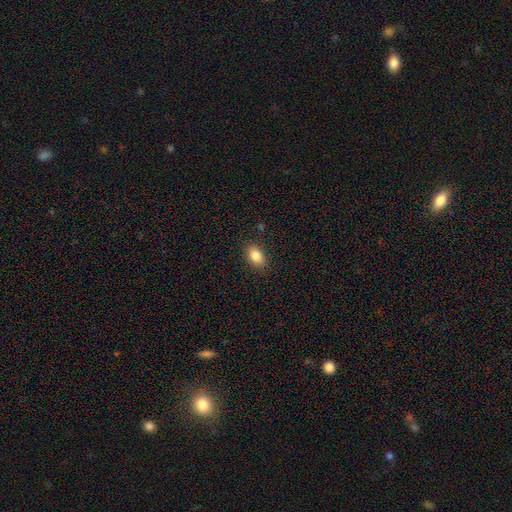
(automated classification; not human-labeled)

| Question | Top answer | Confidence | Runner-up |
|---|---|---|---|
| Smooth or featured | smooth | 84% | star or artifact (9%) |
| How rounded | in between | 84% | round (15%) |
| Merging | none | 87% | minor disturbance (9%) |